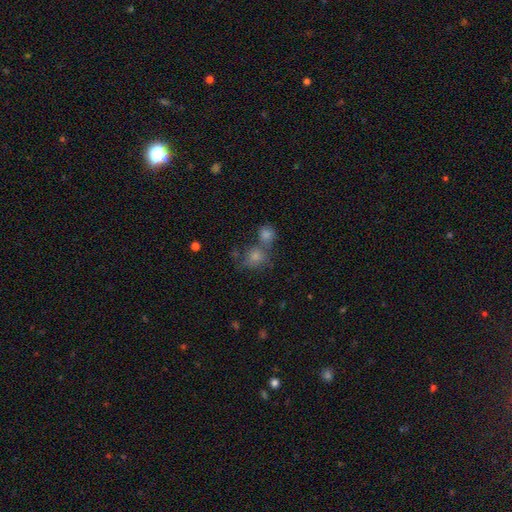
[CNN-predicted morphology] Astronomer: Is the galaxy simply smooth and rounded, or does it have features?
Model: smooth — 49% (runner-up: star or artifact, 33%).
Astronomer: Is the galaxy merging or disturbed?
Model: none — 53% (runner-up: merger, 31%).